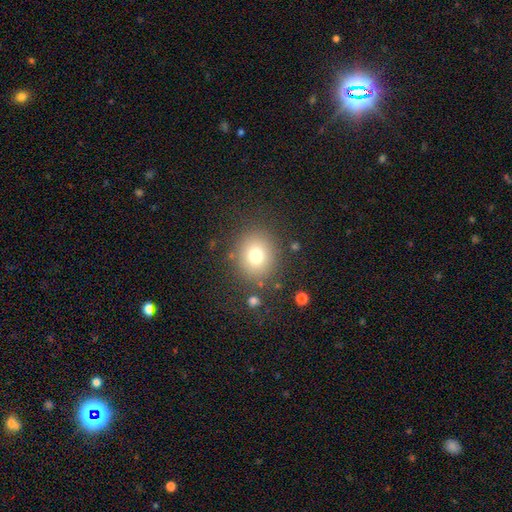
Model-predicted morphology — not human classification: smooth_or_featured: smooth (p=0.75) [alt: star or artifact p=0.14]
how_rounded: round (p=0.74) [alt: in between p=0.25]
merging: none (p=0.83) [alt: minor disturbance p=0.09]